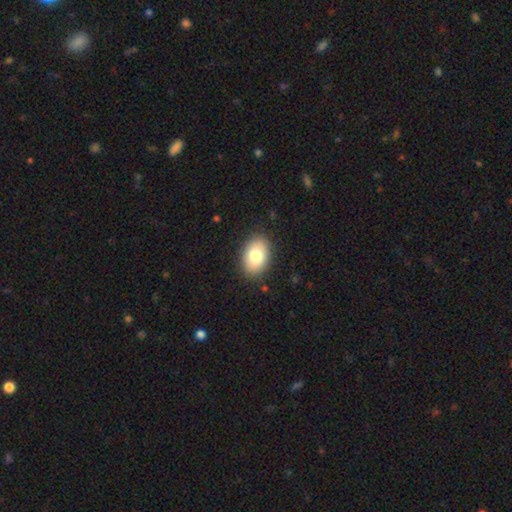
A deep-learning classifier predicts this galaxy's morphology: smooth 79%, featured or disk 14%, star or artifact 7%. Down the decision tree: how rounded — in between (85%); merging — none (88%).